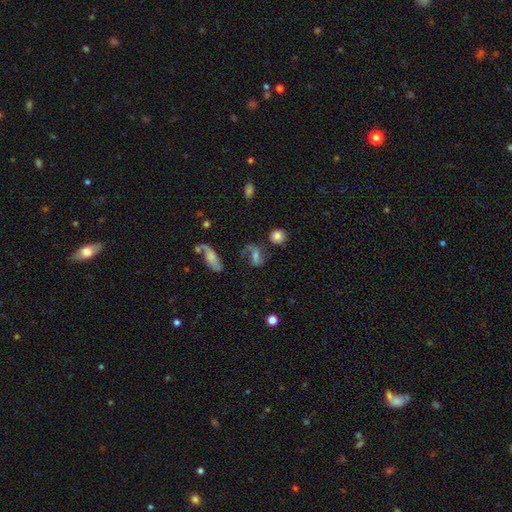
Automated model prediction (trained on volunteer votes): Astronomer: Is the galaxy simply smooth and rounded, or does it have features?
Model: featured or disk — 62%.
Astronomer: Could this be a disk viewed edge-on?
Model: no — 93%.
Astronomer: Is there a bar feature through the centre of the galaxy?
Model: weak — 42% (runner-up: no, 30%).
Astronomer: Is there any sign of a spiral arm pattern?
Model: yes — 88%.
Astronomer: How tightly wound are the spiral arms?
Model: loose — 58%.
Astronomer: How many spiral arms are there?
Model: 2 — 86%.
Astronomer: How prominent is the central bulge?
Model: moderate — 41% (runner-up: small, 36%).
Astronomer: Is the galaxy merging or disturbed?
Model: none — 59%.